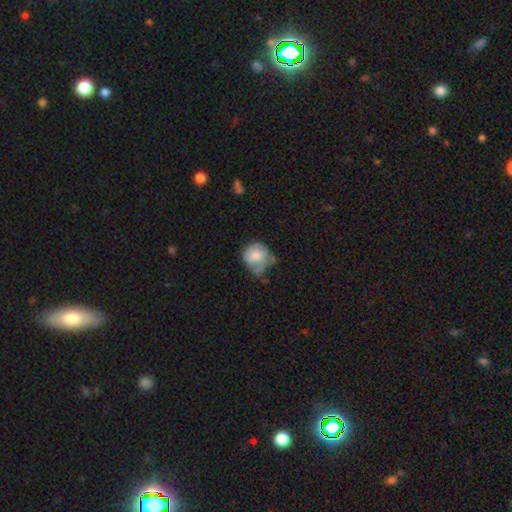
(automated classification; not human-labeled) Morphology: type=smooth (71%); roundness=round (77%); merging=none (37%).